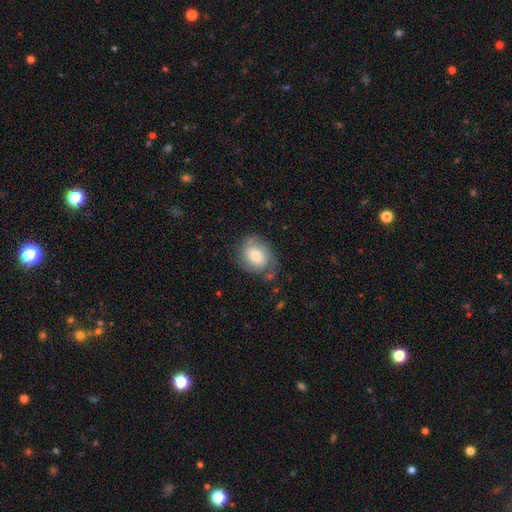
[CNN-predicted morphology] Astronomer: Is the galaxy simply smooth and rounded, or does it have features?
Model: smooth — 53% (runner-up: featured or disk, 40%).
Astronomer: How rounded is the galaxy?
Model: in between — 57% (runner-up: round, 42%).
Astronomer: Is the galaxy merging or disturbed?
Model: none — 60%.